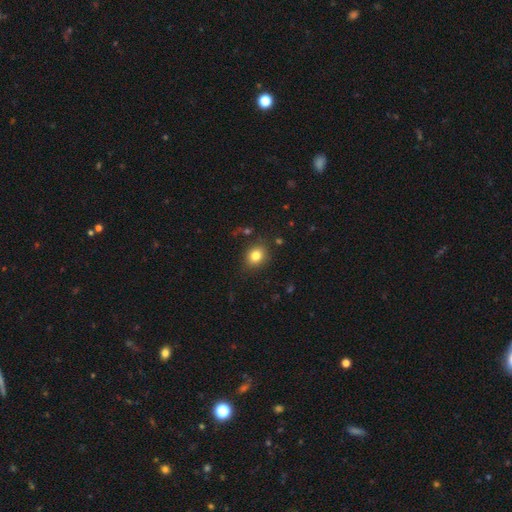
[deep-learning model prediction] A smooth galaxy with no disk features (81%) that is round (63%).

Vote fractions:
- Smooth or featured? smooth: 81% / star or artifact: 11% / featured or disk: 8%
- How rounded? round: 63% / in between: 36% / cigar-shaped: 1%
- Merging? none: 84% / minor disturbance: 11% / major disturbance: 3% / merger: 2%